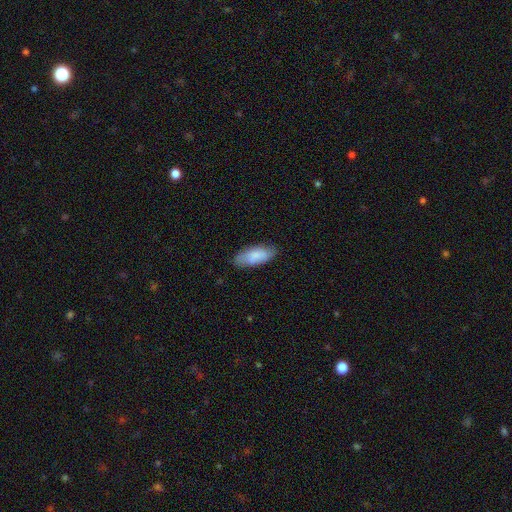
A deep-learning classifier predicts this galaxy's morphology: smooth 77%, featured or disk 17%, star or artifact 6%. Down the decision tree: how rounded — in between (84%); merging — none (75%).